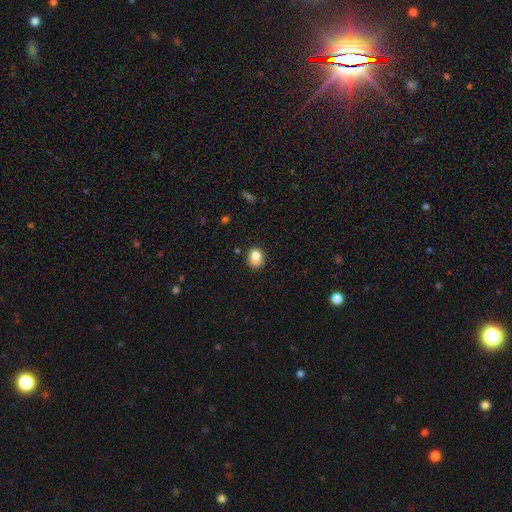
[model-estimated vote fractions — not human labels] This appears to be a smooth galaxy with no disk features (82%) that is round (66%). Merging: none (73%).